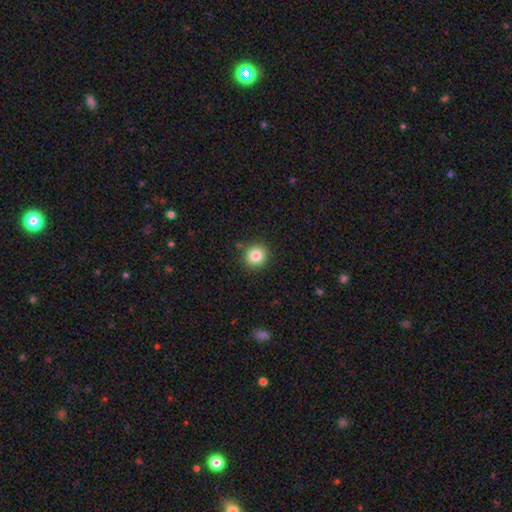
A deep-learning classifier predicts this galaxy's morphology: Smooth or featured: smooth — 84% (star or artifact — 10%)
How rounded: round — 90% (in between — 9%)
Merging: none — 88% (minor disturbance — 7%)